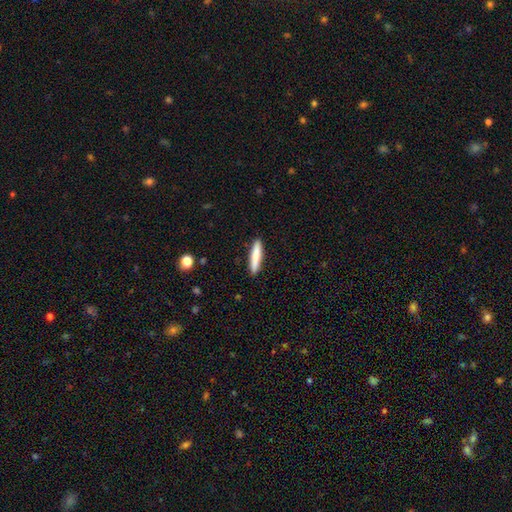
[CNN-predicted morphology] This appears to be a smooth galaxy with no disk features (79%) that is cigar-shaped (90%). Merging: none (90%).